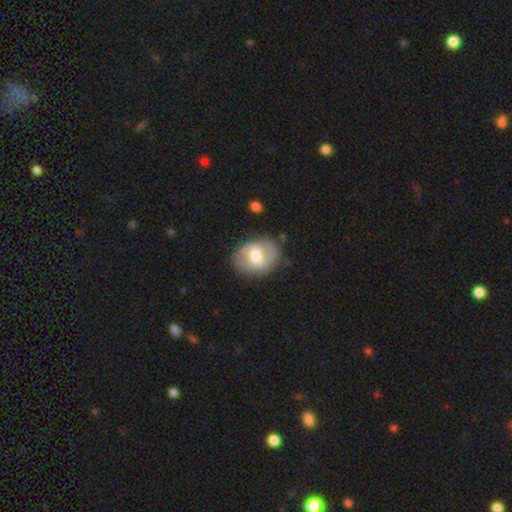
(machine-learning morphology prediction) A featured or disk galaxy (60%) with a weak bar (49%), spiral arms (80%) and a moderate central bulge (67%).

Vote fractions:
- Smooth or featured? featured or disk: 60% / smooth: 34% / star or artifact: 6%
- Edge-on disk? no: 97% / yes: 3%
- Bar? weak: 49% / no: 38% / strong: 13%
- Spiral arms? yes: 80% / no: 20%
- Bulge size? moderate: 67% / small: 18% / large: 12% / none: 1% / dominant: 1%
- Merging? none: 75% / minor disturbance: 17% / major disturbance: 6% / merger: 2%